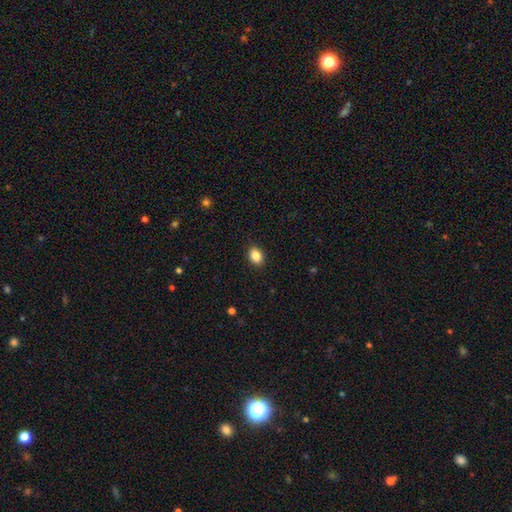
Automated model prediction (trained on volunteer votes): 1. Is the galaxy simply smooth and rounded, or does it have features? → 87% smooth, 9% star or artifact, 4% featured or disk.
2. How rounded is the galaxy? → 75% in between, 24% round, 1% cigar-shaped.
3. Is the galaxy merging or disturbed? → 89% none, 8% minor disturbance, 2% major disturbance, 1% merger.